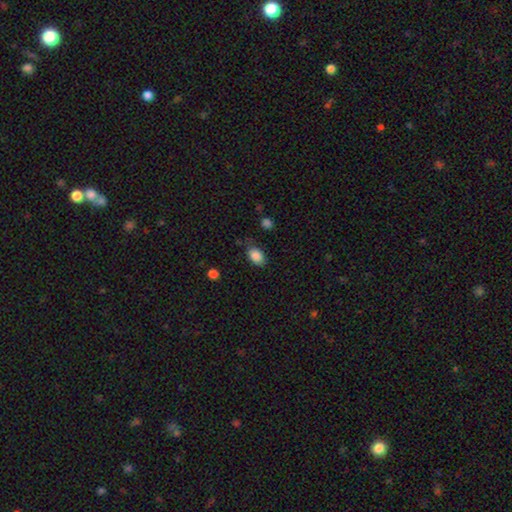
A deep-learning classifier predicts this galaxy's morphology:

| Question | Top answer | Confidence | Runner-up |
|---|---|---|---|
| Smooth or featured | smooth | 87% | star or artifact (8%) |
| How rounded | in between | 86% | round (13%) |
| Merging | none | 71% | minor disturbance (21%) |